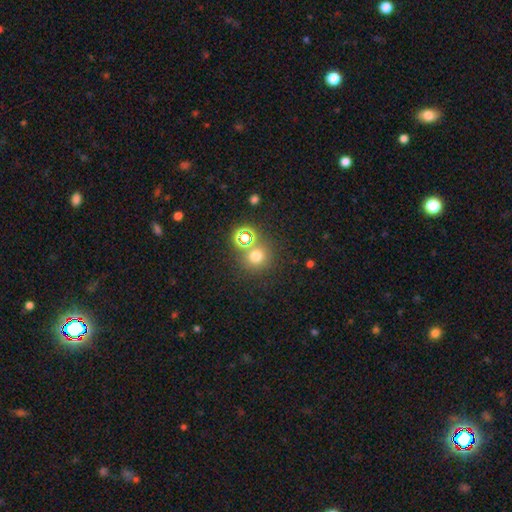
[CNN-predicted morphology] Smooth or featured: smooth — 66% (star or artifact — 26%)
How rounded: round — 89% (in between — 10%)
Merging: none — 73% (merger — 16%)